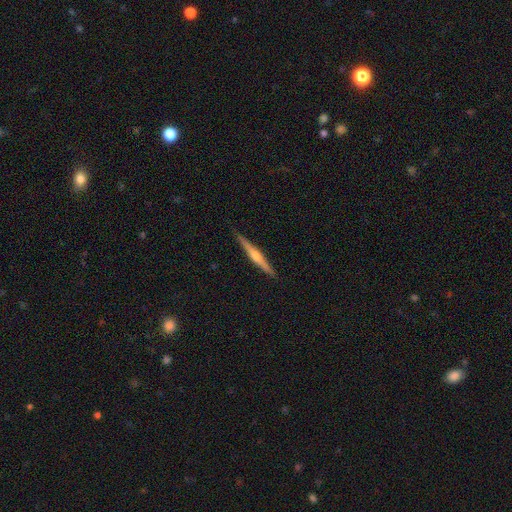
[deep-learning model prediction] This is likely a featured or disk galaxy (74%). It is clearly viewed edge-on (98%). Edge-on bulge: clearly rounded (83%). Merging: clearly none (91%).